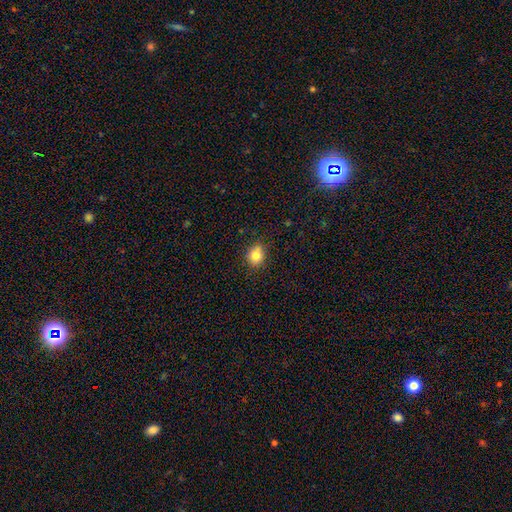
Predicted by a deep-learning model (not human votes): smooth_or_featured: smooth (p=0.81) [alt: star or artifact p=0.11]
how_rounded: round (p=0.58) [alt: in between p=0.41]
merging: none (p=0.80) [alt: minor disturbance p=0.15]